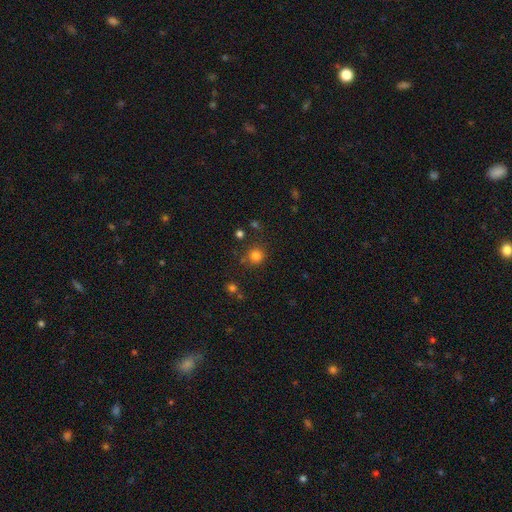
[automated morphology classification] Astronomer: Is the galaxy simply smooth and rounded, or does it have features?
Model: smooth — 81%.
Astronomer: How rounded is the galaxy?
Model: round — 90%.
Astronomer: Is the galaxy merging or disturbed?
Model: none — 78%.